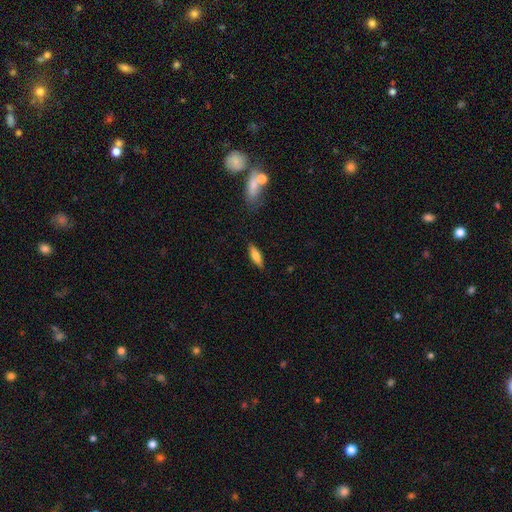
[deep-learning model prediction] Smooth or featured? Predicted: smooth (p=0.71). How rounded? Predicted: in between (p=0.49, tied with cigar-shaped). Merging? Predicted: none (p=0.86).